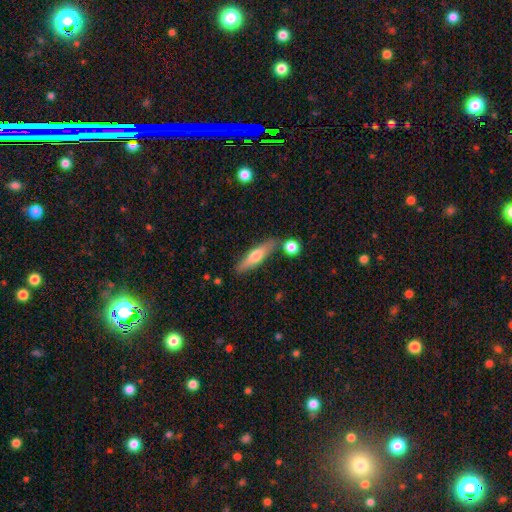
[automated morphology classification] Smooth or featured? smooth (51%)
How rounded? cigar-shaped (77%)
Merging? none (78%)